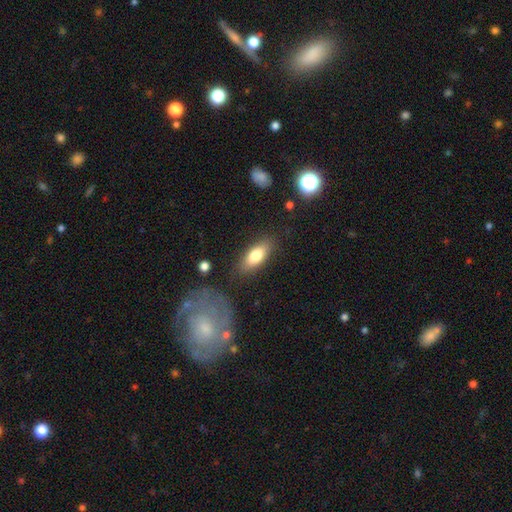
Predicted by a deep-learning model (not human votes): A smooth galaxy with no disk features (77%) that is in between round and cigar-shaped (75%).

Vote fractions:
- Smooth or featured? smooth: 77% / featured or disk: 17% / star or artifact: 7%
- How rounded? in between: 75% / cigar-shaped: 22% / round: 3%
- Merging? none: 82% / minor disturbance: 12% / major disturbance: 3% / merger: 2%